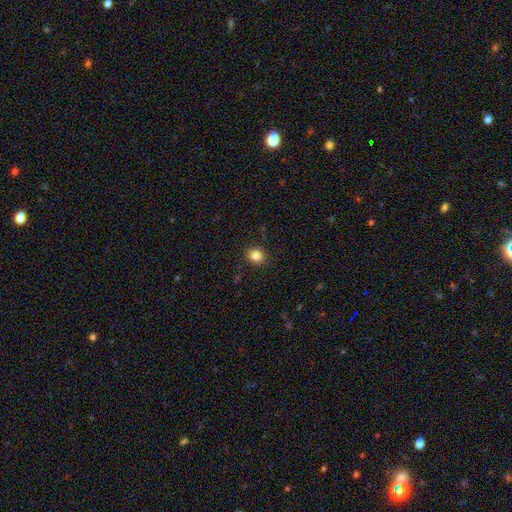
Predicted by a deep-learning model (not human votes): A smooth galaxy with no disk features (83%) that is round (79%).

Vote fractions:
- Smooth or featured? smooth: 83% / star or artifact: 11% / featured or disk: 5%
- How rounded? round: 79% / in between: 21% / cigar-shaped: 1%
- Merging? none: 90% / minor disturbance: 7% / major disturbance: 2% / merger: 1%